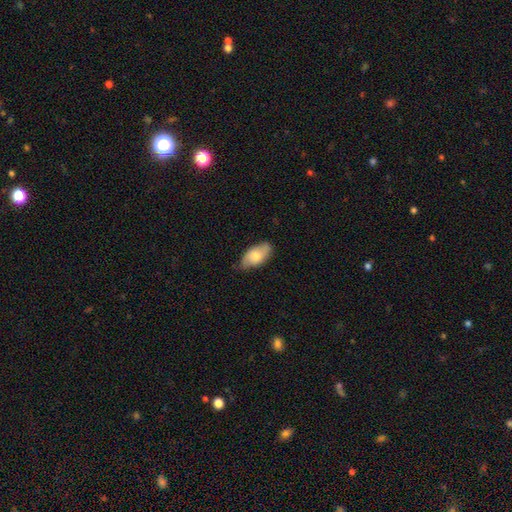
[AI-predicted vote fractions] Smooth or featured? smooth (69%)
How rounded? in between (93%)
Merging? none (70%)